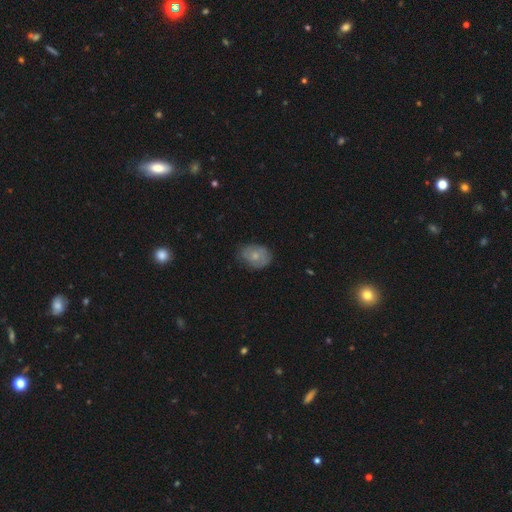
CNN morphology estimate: Smooth or featured? Predicted: smooth (p=0.61). How rounded? Predicted: in between (p=0.63). Merging? Predicted: none (p=0.67).